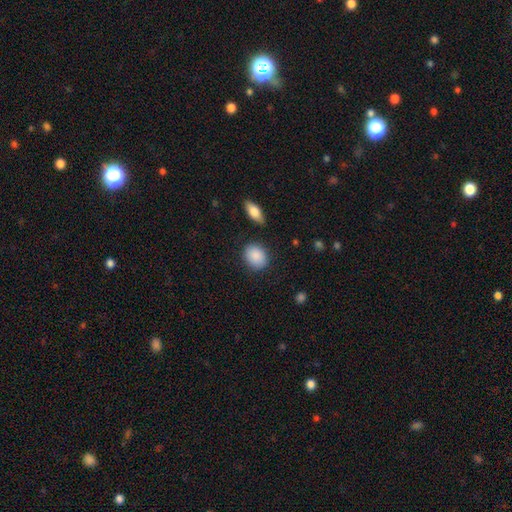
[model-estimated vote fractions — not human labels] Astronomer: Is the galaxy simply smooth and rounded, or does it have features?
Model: smooth — 89%.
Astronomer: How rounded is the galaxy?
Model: in between — 52% (runner-up: round, 47%).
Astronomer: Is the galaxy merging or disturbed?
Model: none — 83%.